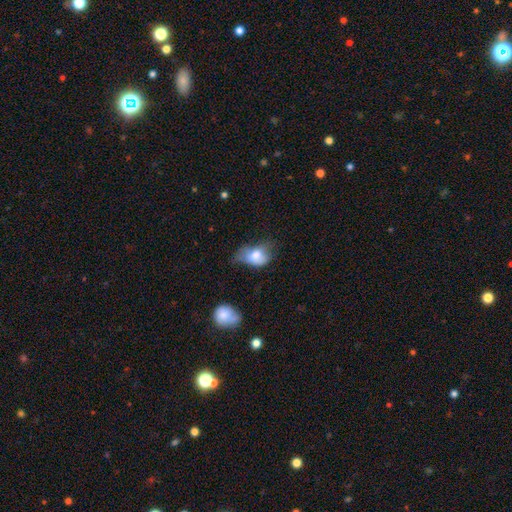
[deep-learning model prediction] Overall: smooth (70%). How rounded: in between (81%). Merging: minor disturbance (38%; major disturbance 32%).